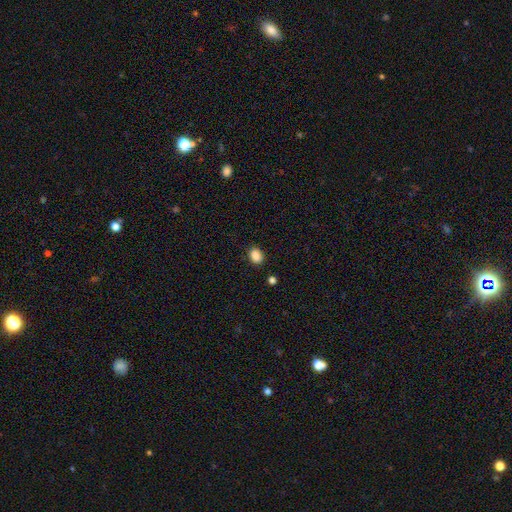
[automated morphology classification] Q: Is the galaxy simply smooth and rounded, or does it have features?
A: smooth — 87%.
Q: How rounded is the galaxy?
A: in between — 57%.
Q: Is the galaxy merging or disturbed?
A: none — 87%.